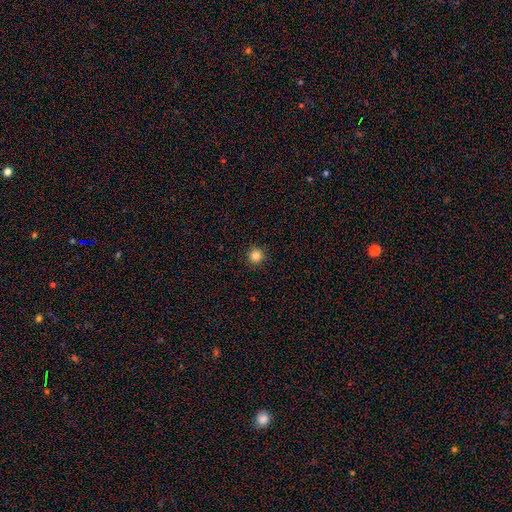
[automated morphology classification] Smooth or featured? smooth (84%)
How rounded? round (96%)
Merging? none (93%)